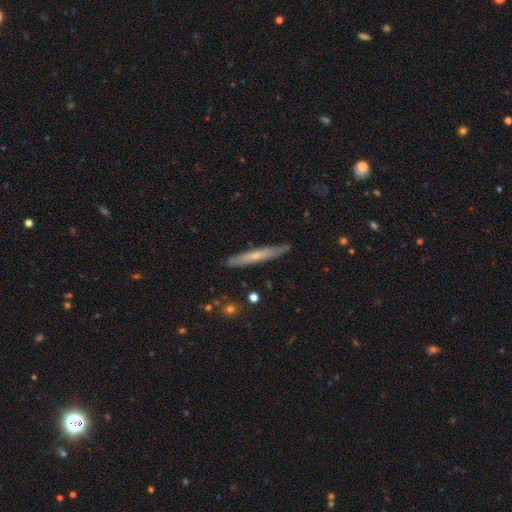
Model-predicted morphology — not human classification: smooth-or-featured: smooth: 48% | featured or disk: 46% | star or artifact: 6%
  merging: none: 86% | minor disturbance: 11% | major disturbance: 2% | merger: 2%